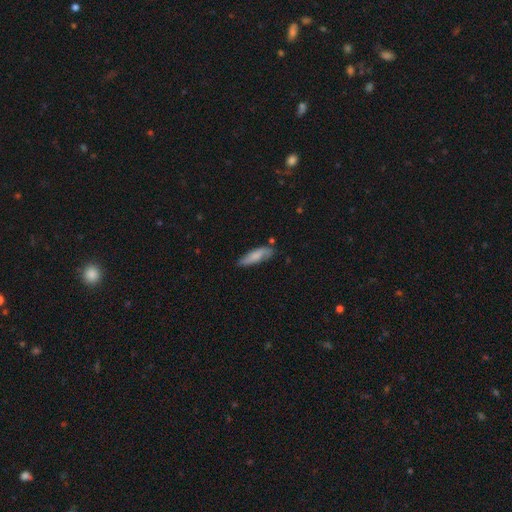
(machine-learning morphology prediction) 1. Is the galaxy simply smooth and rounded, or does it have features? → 70% smooth, 24% featured or disk, 6% star or artifact.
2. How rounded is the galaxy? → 49% in between (tied), 49% cigar-shaped (tied), 2% round.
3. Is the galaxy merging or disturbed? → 69% none, 23% minor disturbance, 5% major disturbance, 3% merger.